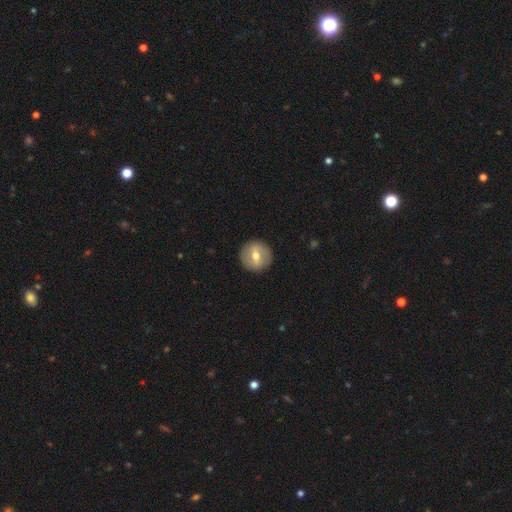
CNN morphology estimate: Overall: smooth (51%; featured or disk 41%). How rounded: round (94%). Merging: none (91%).